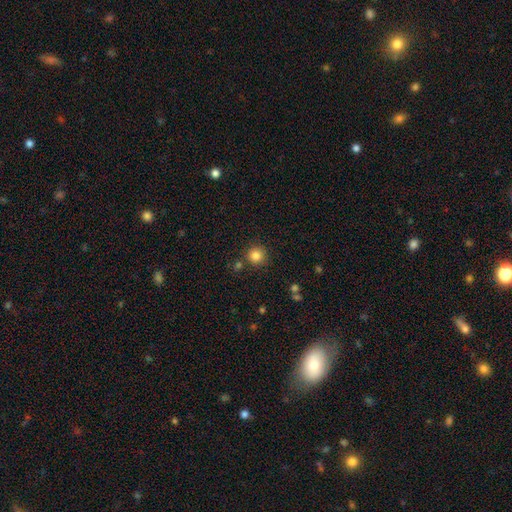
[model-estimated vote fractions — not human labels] Smooth or featured? smooth (84%)
How rounded? round (94%)
Merging? none (84%)